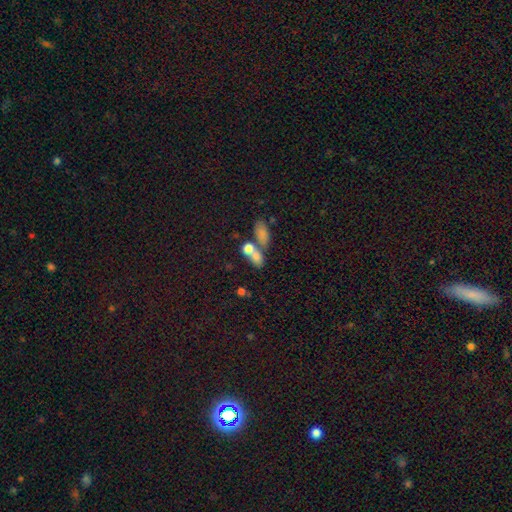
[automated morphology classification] This appears to be a smooth galaxy with no disk features (75%) that is in between round and cigar-shaped (63%). Merging: merger (57%).